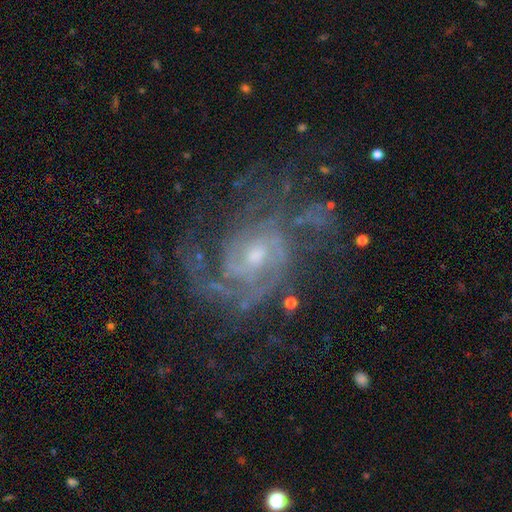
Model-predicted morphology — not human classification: Smooth or featured? featured or disk (87%)
Edge-on disk? no (97%)
Bar? no (57%)
Spiral arms? yes (94%)
Spiral winding? tight (45%)
Spiral arm count? 2 (30%)
Bulge size? moderate (49%)
Merging? none (56%)